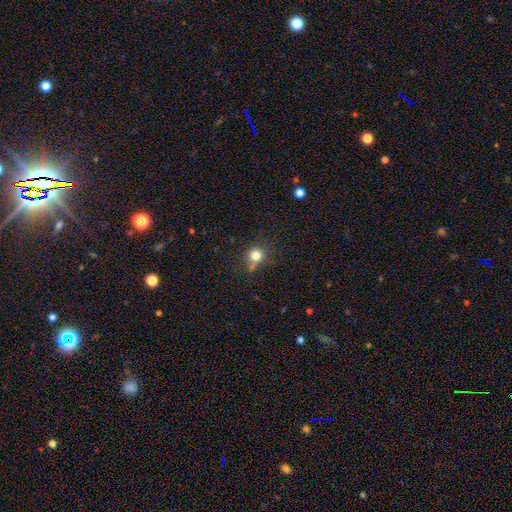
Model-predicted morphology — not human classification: A smooth galaxy with no disk features (79%) that is round (86%). Merging: none (63%).